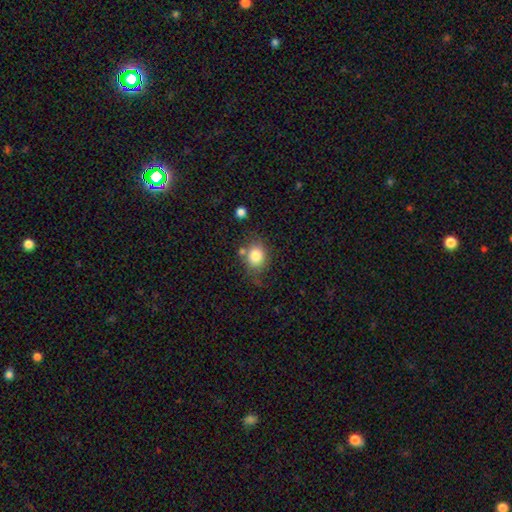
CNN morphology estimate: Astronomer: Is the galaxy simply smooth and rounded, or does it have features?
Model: smooth — 81%.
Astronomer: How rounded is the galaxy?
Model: round — 63%.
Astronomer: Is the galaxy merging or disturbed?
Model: none — 64%.